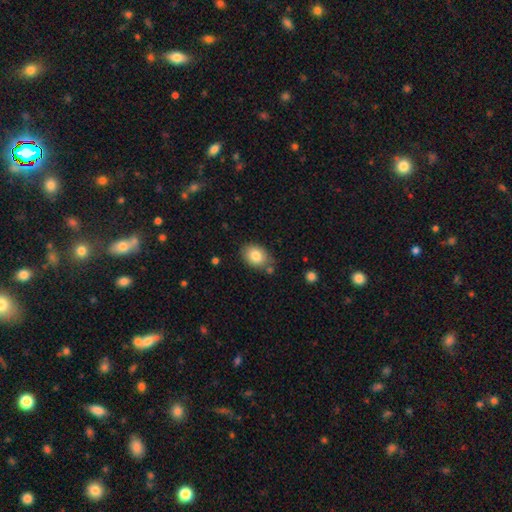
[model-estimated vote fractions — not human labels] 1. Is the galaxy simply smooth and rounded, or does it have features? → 82% smooth, 10% featured or disk, 8% star or artifact.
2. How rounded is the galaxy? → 77% in between, 22% round, 1% cigar-shaped.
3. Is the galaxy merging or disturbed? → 74% none, 16% minor disturbance, 6% merger, 4% major disturbance.